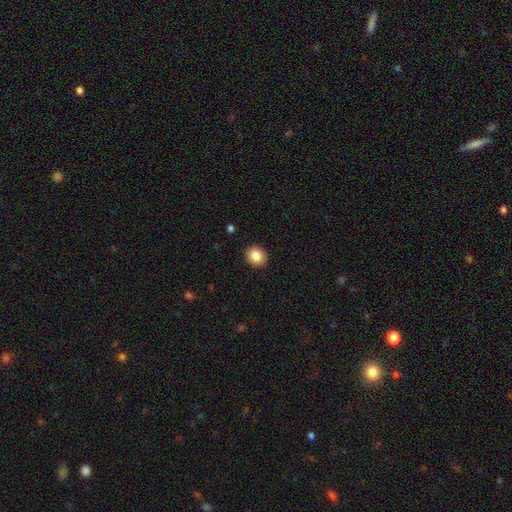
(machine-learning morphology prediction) type=smooth (85%); roundness=round (76%); merging=none (91%).